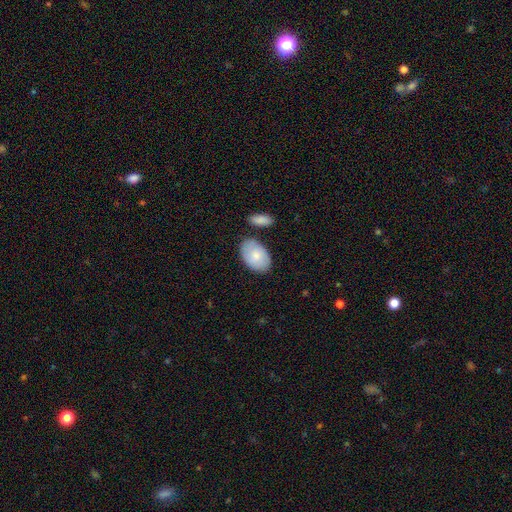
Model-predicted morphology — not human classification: Smooth or featured: smooth — 79% (featured or disk — 15%)
How rounded: in between — 92% (round — 7%)
Merging: none — 73% (minor disturbance — 16%)